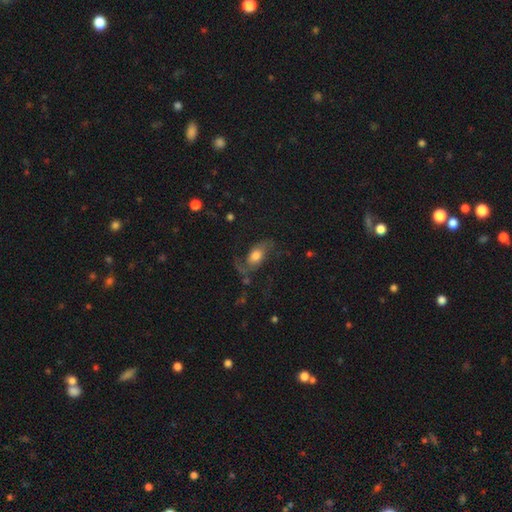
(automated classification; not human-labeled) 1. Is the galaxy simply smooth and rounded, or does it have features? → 60% featured or disk, 31% smooth, 9% star or artifact.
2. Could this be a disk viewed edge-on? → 93% no, 7% yes.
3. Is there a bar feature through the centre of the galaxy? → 69% no, 24% weak, 7% strong.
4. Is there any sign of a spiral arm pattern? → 86% yes, 14% no.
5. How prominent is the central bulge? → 52% moderate, 31% large, 10% small, 4% dominant, 2% none.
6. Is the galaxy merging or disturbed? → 52% none, 25% major disturbance, 19% minor disturbance, 3% merger.